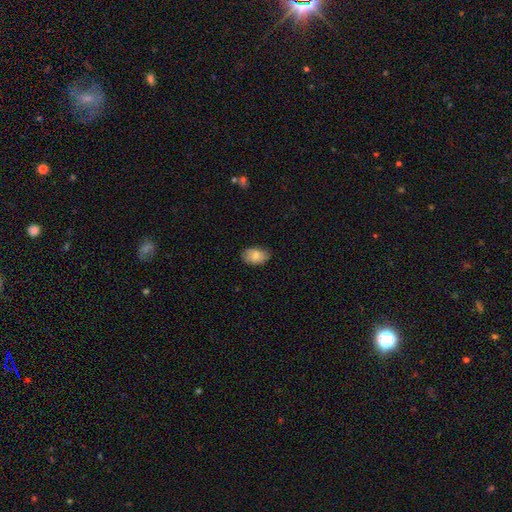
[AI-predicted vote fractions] Smooth or featured: smooth — 81% (featured or disk — 13%)
How rounded: in between — 91% (round — 7%)
Merging: none — 82% (minor disturbance — 15%)